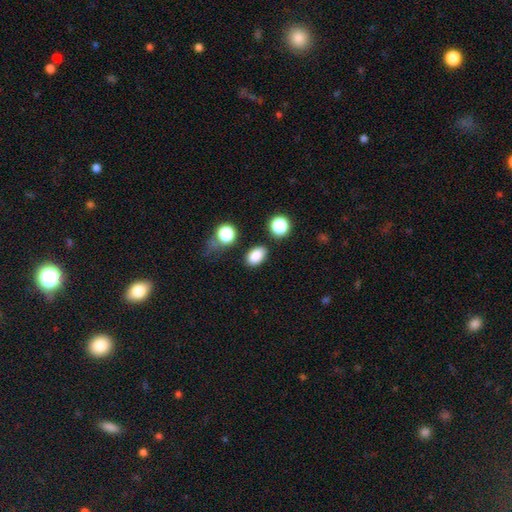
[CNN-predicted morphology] Smooth or featured?
  - smooth: 85% *
  - star or artifact: 11%
  - featured or disk: 5%
How rounded?
  - in between: 83% *
  - round: 15%
  - cigar-shaped: 1%
Merging?
  - none: 80% *
  - minor disturbance: 12%
  - major disturbance: 4%
  - merger: 4%